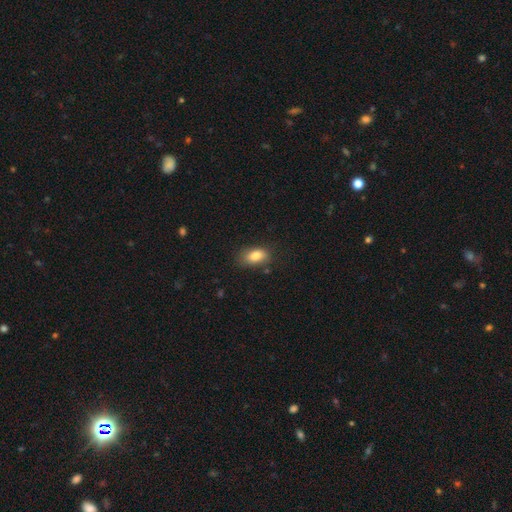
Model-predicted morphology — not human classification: smooth-or-featured: smooth: 82% | featured or disk: 9% | star or artifact: 9%
  how-rounded: in between: 88% | round: 10% | cigar-shaped: 3%
  merging: none: 74% | minor disturbance: 19% | major disturbance: 5% | merger: 2%